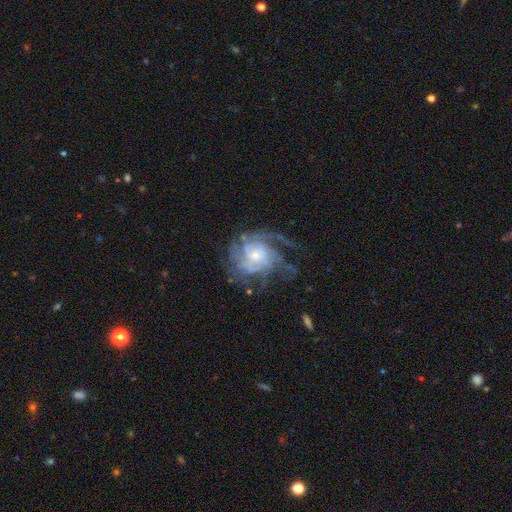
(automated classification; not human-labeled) Smooth or featured? Predicted: featured or disk (p=0.81). Edge-on disk? Predicted: no (p=0.97). Bar? Predicted: no (p=0.73). Spiral arms? Predicted: yes (p=0.89). Spiral winding? Predicted: tight (p=0.47). Spiral arm count? Predicted: can't tell (p=0.42). Bulge size? Predicted: small (p=0.47). Merging? Predicted: none (p=0.51).